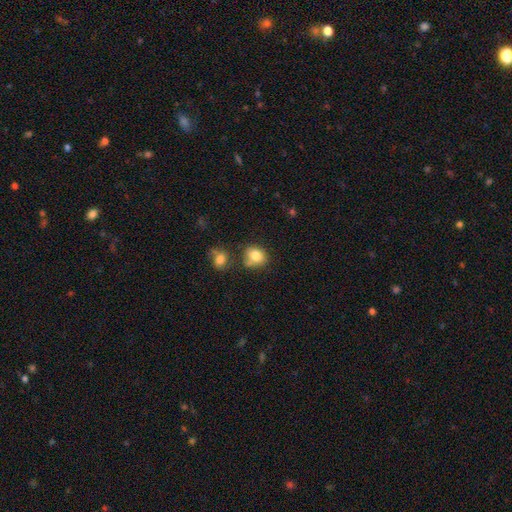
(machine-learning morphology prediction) Q: Smooth or featured?
A: smooth (82%); runner-up: star or artifact (10%)
Q: How rounded?
A: round (60%); runner-up: in between (39%)
Q: Merging?
A: none (61%); runner-up: minor disturbance (17%)